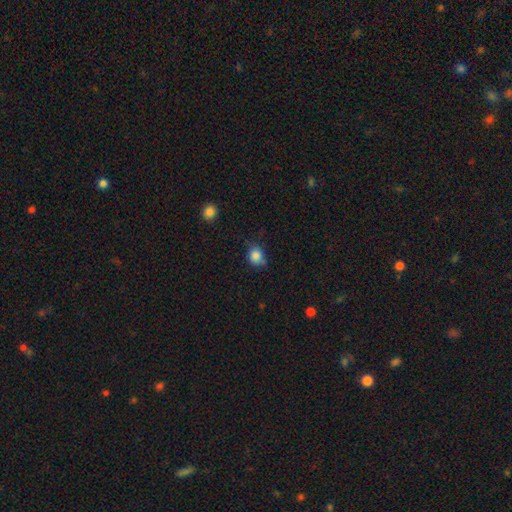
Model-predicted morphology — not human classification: smooth_or_featured: smooth (p=0.84) [alt: star or artifact p=0.10]
how_rounded: round (p=0.66) [alt: in between p=0.33]
merging: none (p=0.58) [alt: minor disturbance p=0.29]